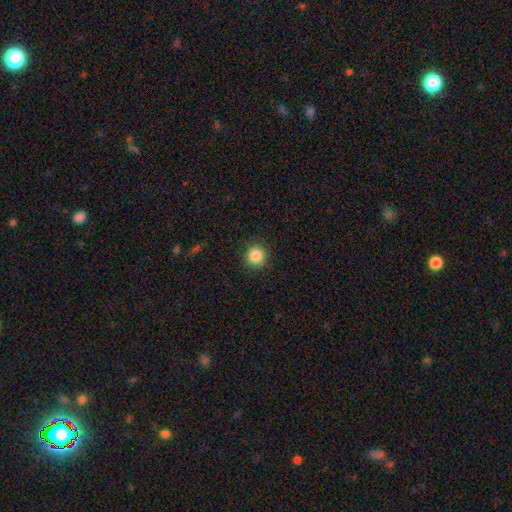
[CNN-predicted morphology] type=smooth (86%); roundness=round (94%); merging=none (91%).